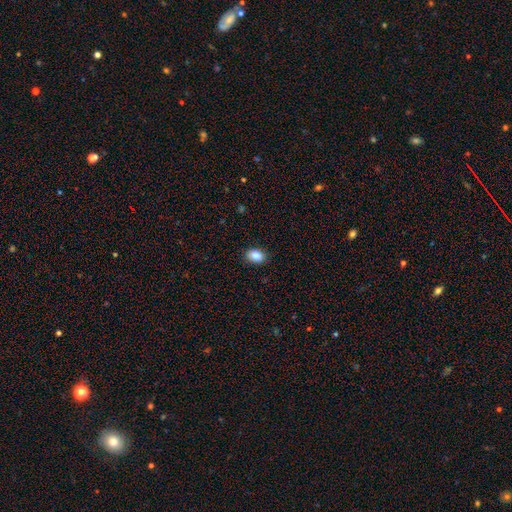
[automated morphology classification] Q: Smooth or featured?
A: smooth (87%); runner-up: star or artifact (8%)
Q: How rounded?
A: in between (78%); runner-up: round (21%)
Q: Merging?
A: none (88%); runner-up: minor disturbance (9%)